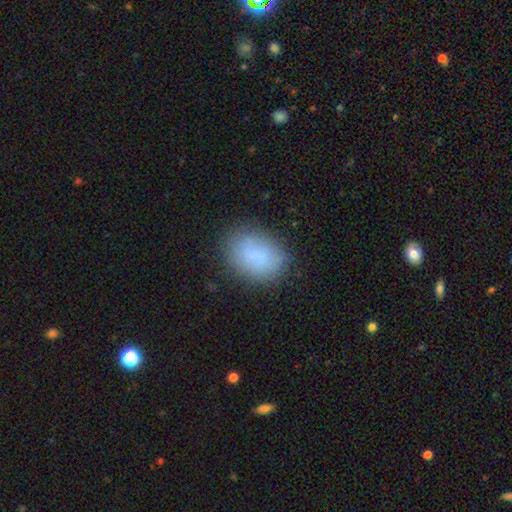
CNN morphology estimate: Smooth or featured? smooth (81%)
How rounded? in between (79%)
Merging? none (78%)